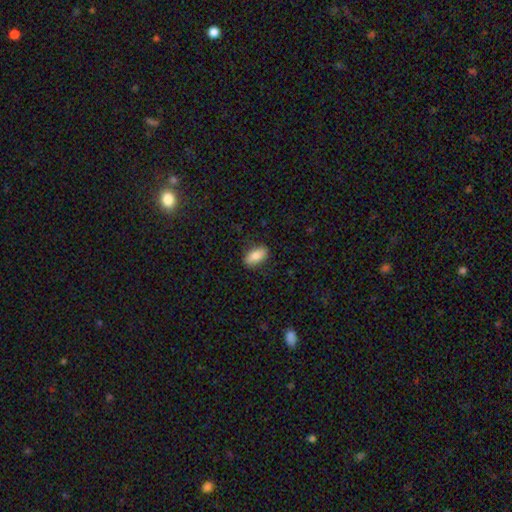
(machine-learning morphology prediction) Overall: smooth (82%). How rounded: in between (90%). Merging: none (85%).